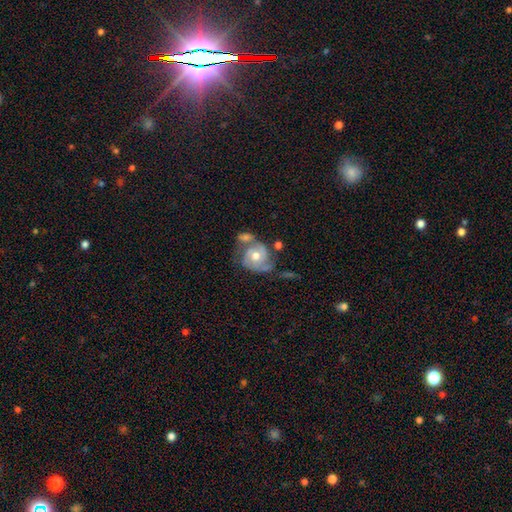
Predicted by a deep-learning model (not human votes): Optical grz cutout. It shows a featured or disk galaxy (79%) with no bar (73%), 2 (73%) medium (43%) spiral arms (93%) and a moderate central bulge (76%). Merging: none (40%).